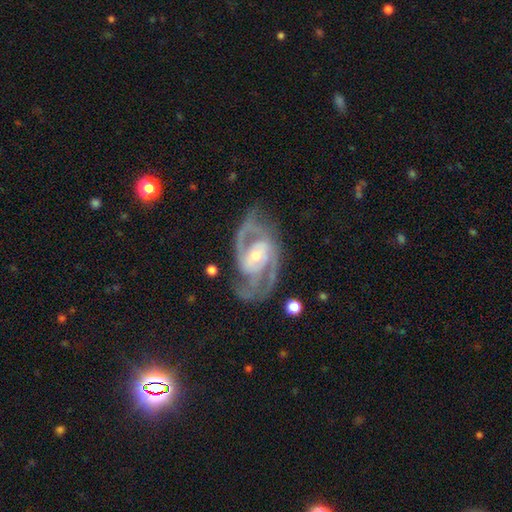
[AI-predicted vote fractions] featured or disk 92%, star or artifact 5%, smooth 4%. Down the decision tree: edge-on disk — no (97%); bar — no (39%, tied with weak); spiral arms — yes (98%); spiral arm count — 2 (76%); spiral winding — medium (57%); bulge size — moderate (50%); merging — none (72%).